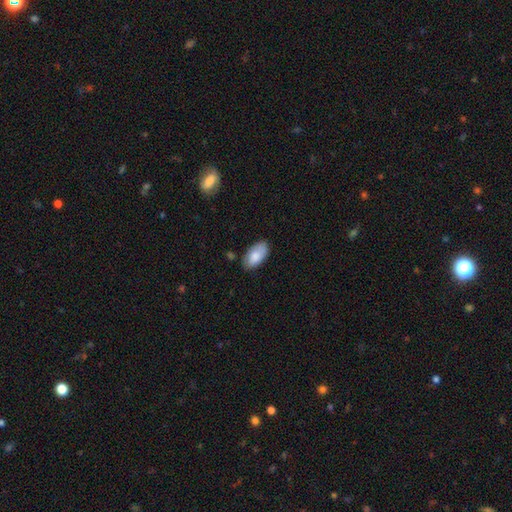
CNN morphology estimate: The model was most divided on "merging": none: 77%, minor disturbance: 17%, major disturbance: 3%, merger: 2%. More confident: how rounded — in between (95%); smooth or featured — smooth (83%).